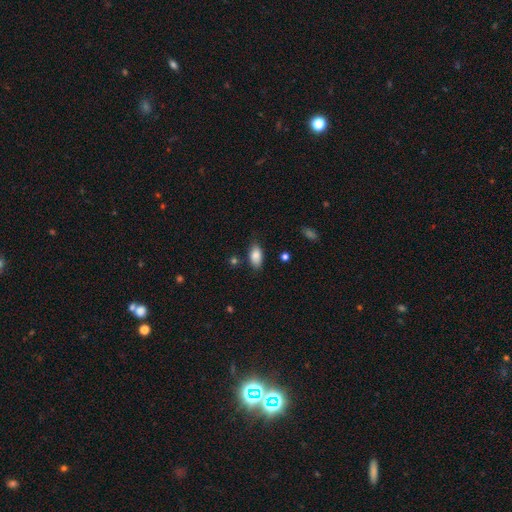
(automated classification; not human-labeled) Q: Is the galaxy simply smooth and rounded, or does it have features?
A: smooth — 85%.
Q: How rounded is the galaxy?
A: in between — 92%.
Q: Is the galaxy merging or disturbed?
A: none — 76%.